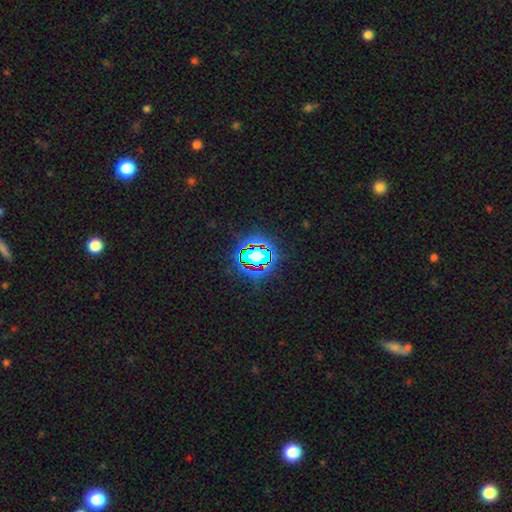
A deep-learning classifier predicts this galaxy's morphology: smooth-or-featured: star or artifact: 69% | smooth: 18% | featured or disk: 13%